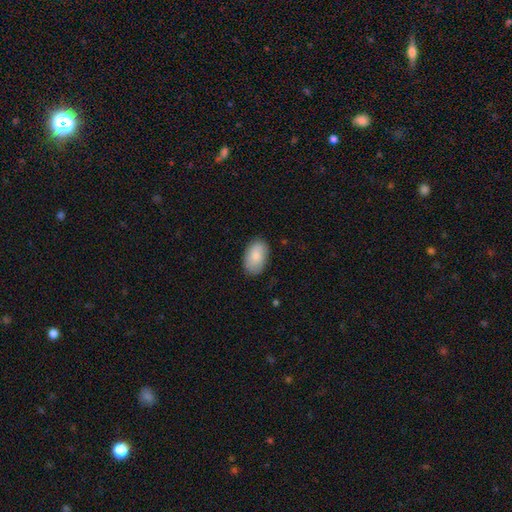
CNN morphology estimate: Q: Smooth or featured?
A: smooth (86%); runner-up: featured or disk (8%)
Q: How rounded?
A: in between (93%); runner-up: round (6%)
Q: Merging?
A: none (83%); runner-up: minor disturbance (13%)